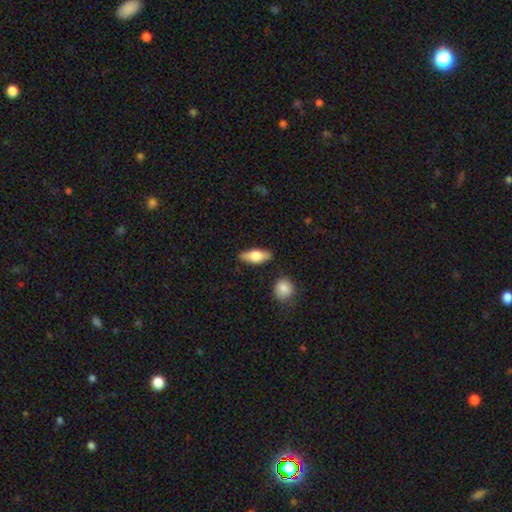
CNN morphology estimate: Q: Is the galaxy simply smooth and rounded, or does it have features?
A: smooth — 64%.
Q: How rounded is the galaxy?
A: in between — 70%.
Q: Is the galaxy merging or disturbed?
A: none — 84%.